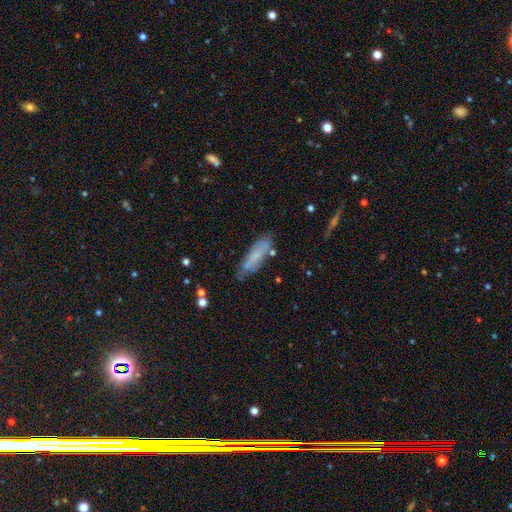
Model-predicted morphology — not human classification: This is likely a smooth galaxy (64%). How rounded: likely cigar-shaped (64%). Merging: likely none (72%).